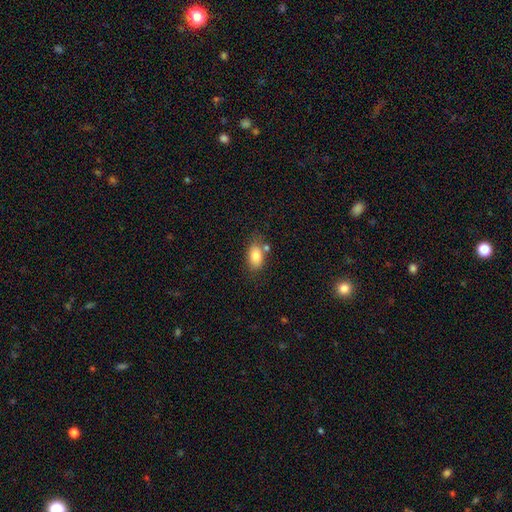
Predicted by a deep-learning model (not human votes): Morphology: type=smooth (83%); roundness=in between (89%); merging=none (65%).